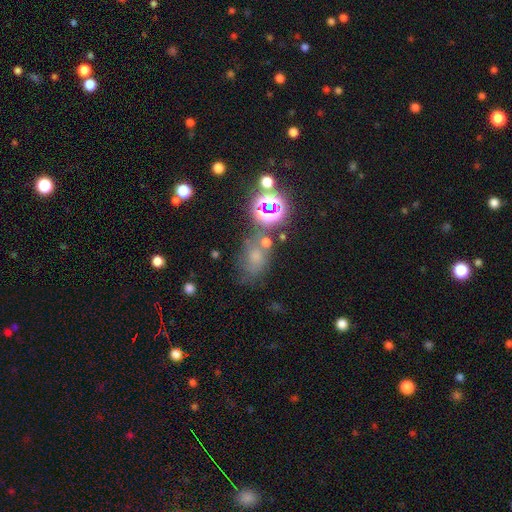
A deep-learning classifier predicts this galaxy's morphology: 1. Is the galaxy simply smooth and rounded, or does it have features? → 50% smooth, 31% star or artifact, 18% featured or disk.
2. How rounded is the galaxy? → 61% in between, 37% round, 2% cigar-shaped.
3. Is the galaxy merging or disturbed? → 51% none, 21% minor disturbance, 15% merger, 13% major disturbance.